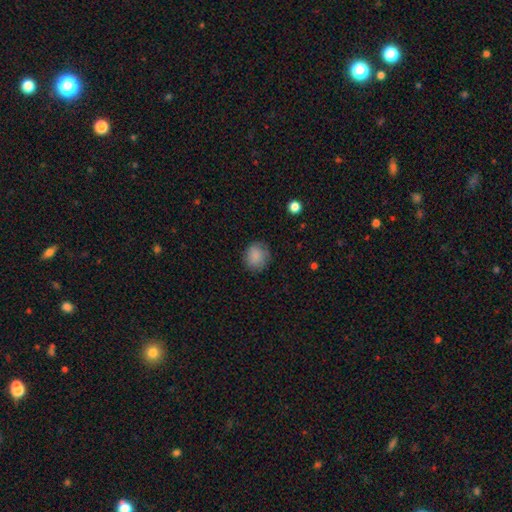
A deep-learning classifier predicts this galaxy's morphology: Overall: smooth (86%). How rounded: round (82%). Merging: none (80%).